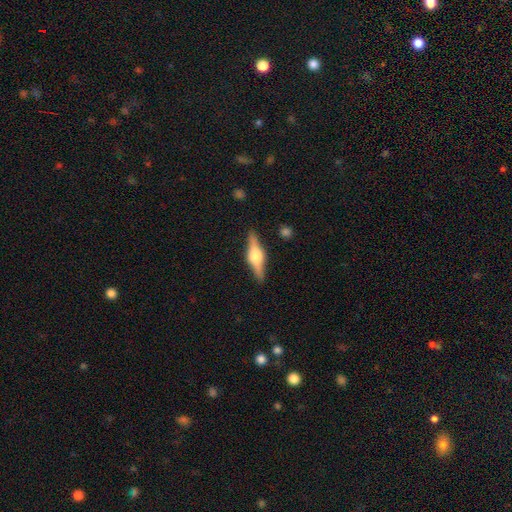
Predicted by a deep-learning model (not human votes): This appears to be a featured or disk galaxy (71%) viewed edge-on (97%) with a rounded central bulge (92%). Merging: none (88%).